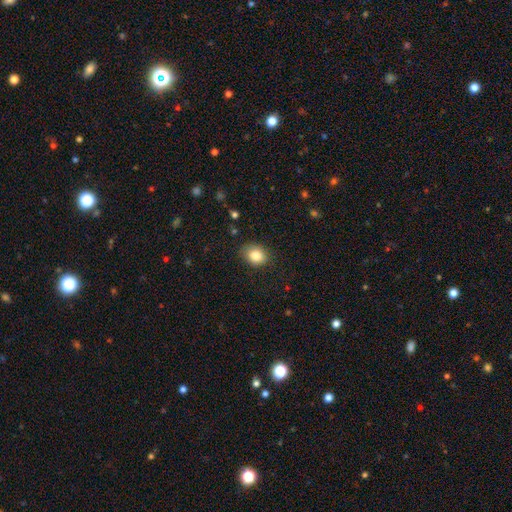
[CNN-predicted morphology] This is clearly a smooth galaxy (84%). How rounded: possibly in between (51%). Merging: clearly none (82%).